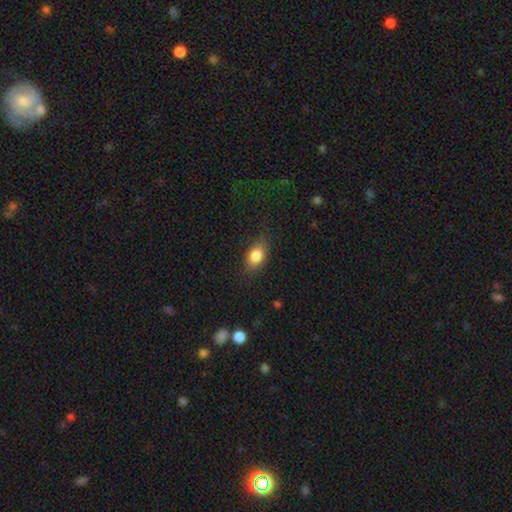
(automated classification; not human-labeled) Overall: smooth (82%). How rounded: in between (82%). Merging: none (79%).